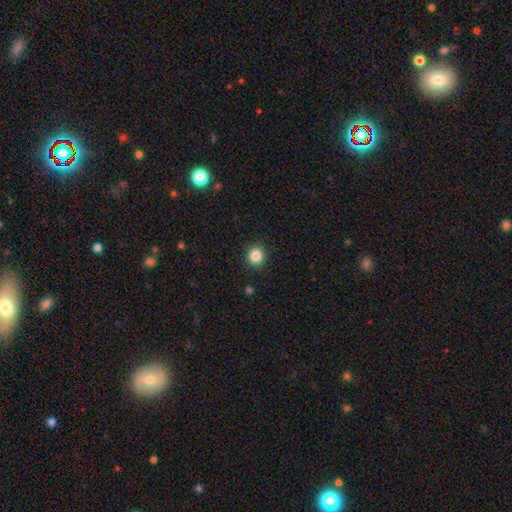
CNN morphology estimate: Q: Smooth or featured?
A: smooth (85%); runner-up: star or artifact (10%)
Q: How rounded?
A: round (88%); runner-up: in between (11%)
Q: Merging?
A: none (91%); runner-up: minor disturbance (6%)